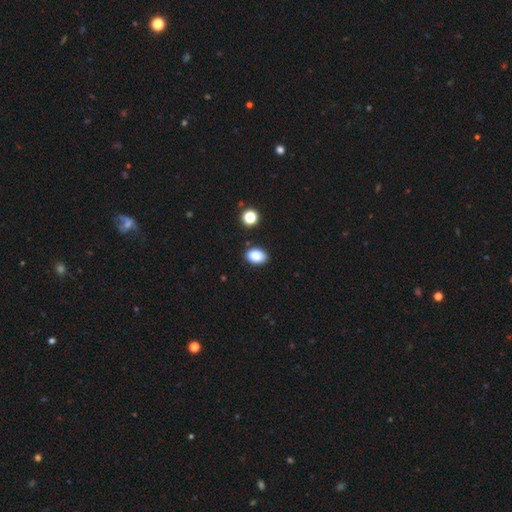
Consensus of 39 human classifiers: smooth 90%, featured or disk 5%, star or artifact 5%. Down the decision tree: how rounded — in between (89%); merging — none (86%).